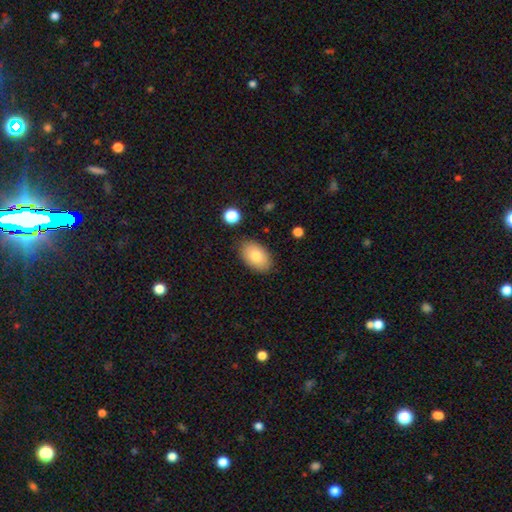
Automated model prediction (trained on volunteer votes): Overall: smooth (80%). How rounded: in between (92%). Merging: none (84%).